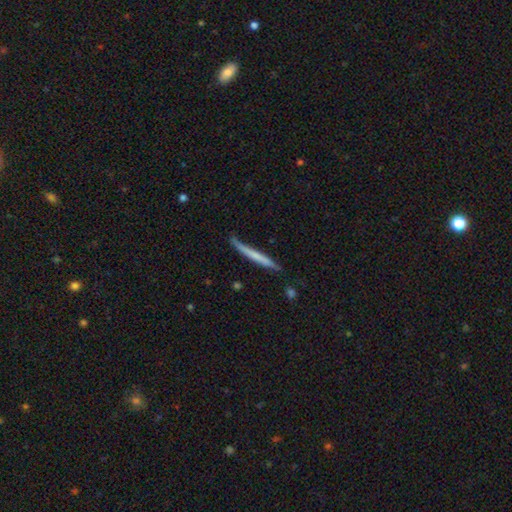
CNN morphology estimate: smooth 54%, featured or disk 41%, star or artifact 5%. Down the decision tree: how rounded — cigar-shaped (96%); merging — none (71%).